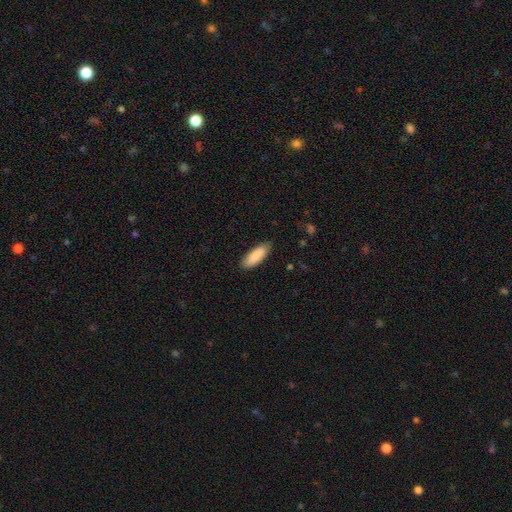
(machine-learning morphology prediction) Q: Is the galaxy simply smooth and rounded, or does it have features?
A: smooth — 89%.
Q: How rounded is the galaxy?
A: in between — 65%.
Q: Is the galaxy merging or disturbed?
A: none — 86%.